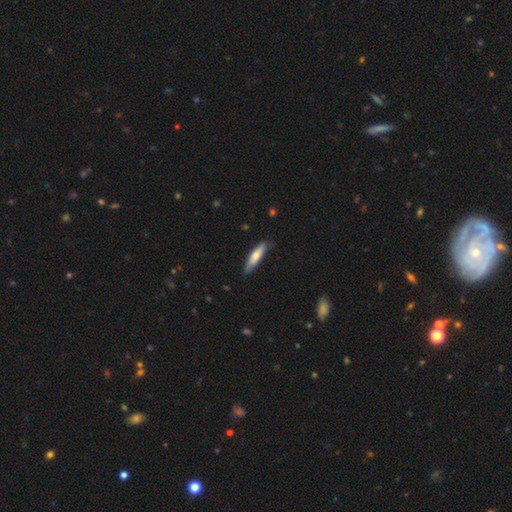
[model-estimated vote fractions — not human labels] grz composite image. It shows a smooth galaxy with no disk features (69%) that is cigar-shaped (75%). Merging: none (75%).